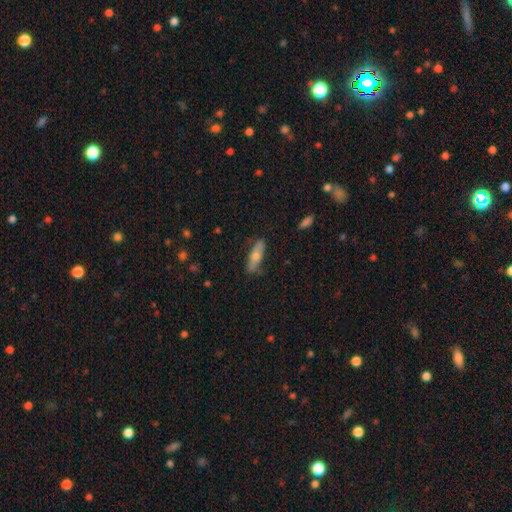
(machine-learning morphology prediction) A smooth galaxy with no disk features (54%) that is cigar-shaped (66%).

Vote fractions:
- Smooth or featured? smooth: 54% / featured or disk: 39% / star or artifact: 7%
- How rounded? cigar-shaped: 66% / in between: 31% / round: 3%
- Merging? none: 80% / minor disturbance: 15% / major disturbance: 3% / merger: 2%